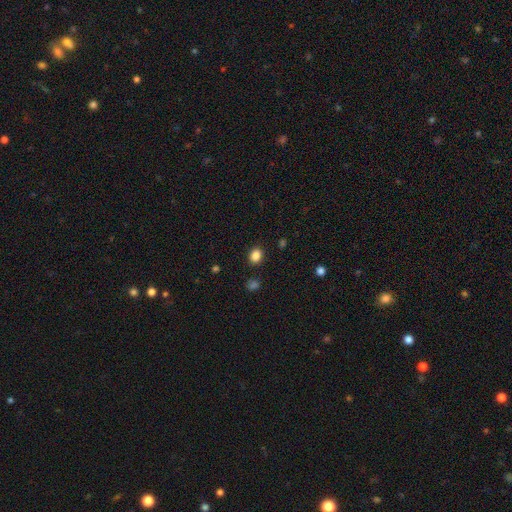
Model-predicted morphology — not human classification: Q: Smooth or featured?
A: smooth (85%); runner-up: star or artifact (11%)
Q: How rounded?
A: in between (50%); runner-up: round (49%)
Q: Merging?
A: none (87%); runner-up: minor disturbance (8%)